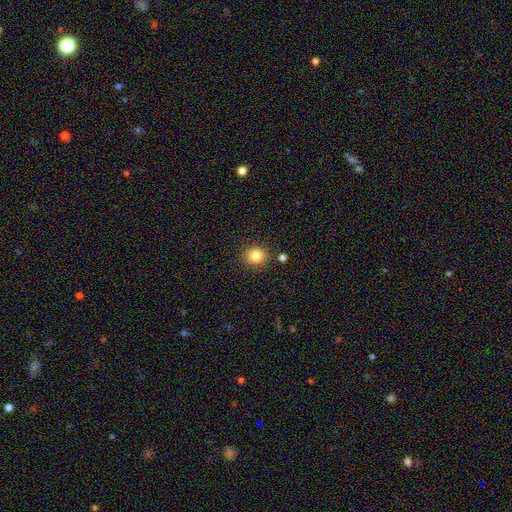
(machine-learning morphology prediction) Smooth or featured? Predicted: smooth (p=0.82). How rounded? Predicted: round (p=0.85). Merging? Predicted: none (p=0.88).